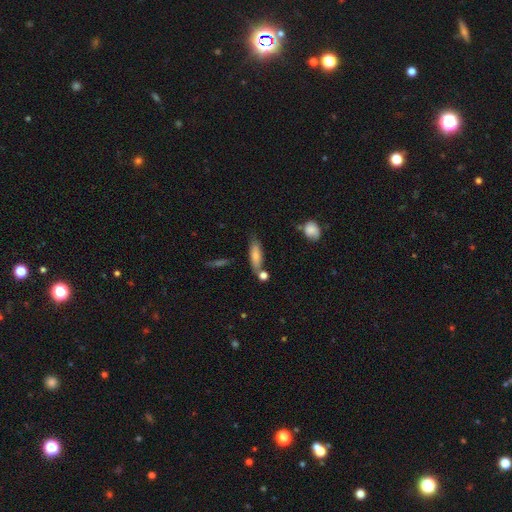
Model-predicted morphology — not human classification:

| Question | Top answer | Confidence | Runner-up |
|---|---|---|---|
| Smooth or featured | smooth | 75% | featured or disk (18%) |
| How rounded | cigar-shaped | 53% | in between (44%) |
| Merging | none | 65% | minor disturbance (17%) |